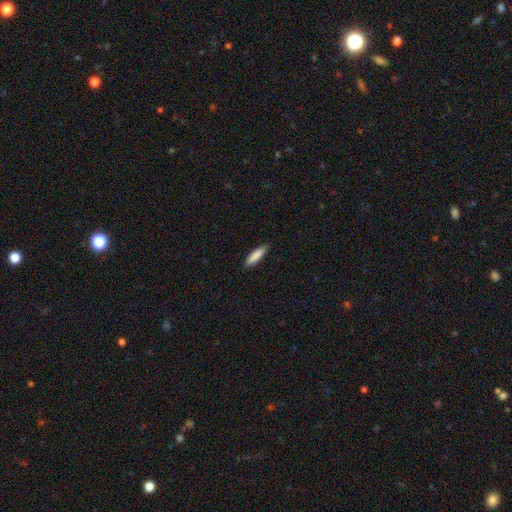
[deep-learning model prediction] A smooth galaxy with no disk features (86%) that is cigar-shaped (70%).

Vote fractions:
- Smooth or featured? smooth: 86% / featured or disk: 8% / star or artifact: 6%
- How rounded? cigar-shaped: 70% / in between: 29% / round: 1%
- Merging? none: 87% / minor disturbance: 10% / major disturbance: 2% / merger: 1%